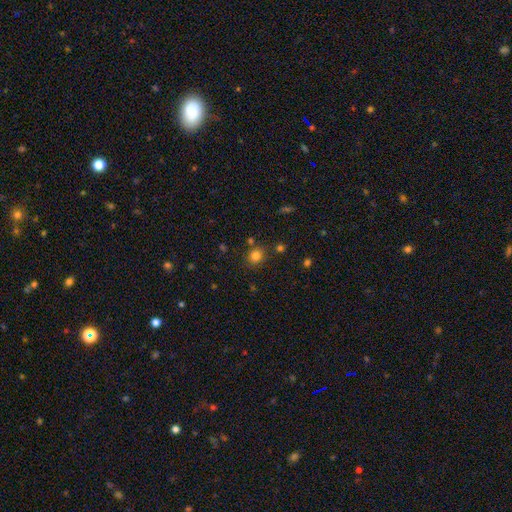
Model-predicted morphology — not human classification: Smooth or featured?
  - smooth: 78% *
  - star or artifact: 15%
  - featured or disk: 7%
How rounded?
  - round: 75% *
  - in between: 24%
  - cigar-shaped: 1%
Merging?
  - none: 78% *
  - minor disturbance: 12%
  - merger: 7%
  - major disturbance: 4%